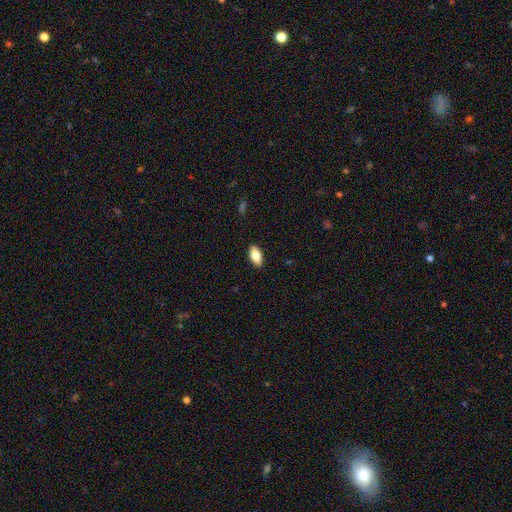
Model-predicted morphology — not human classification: A smooth galaxy with no disk features (80%) that is in between round and cigar-shaped (90%). Merging: none (89%).